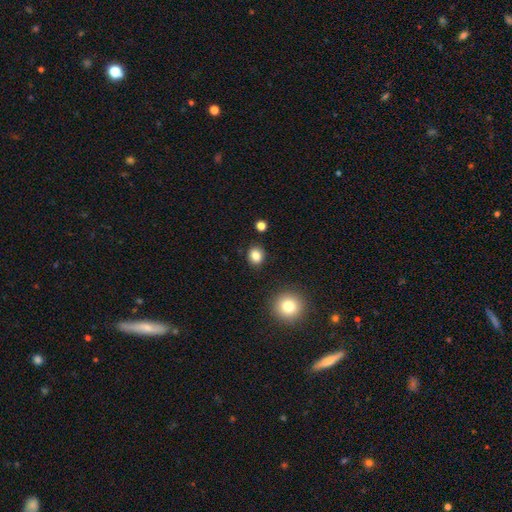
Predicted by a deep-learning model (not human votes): Smooth or featured?
  - smooth: 84% *
  - star or artifact: 11%
  - featured or disk: 5%
How rounded?
  - round: 71% *
  - in between: 28%
  - cigar-shaped: 1%
Merging?
  - none: 89% *
  - minor disturbance: 7%
  - major disturbance: 2%
  - merger: 2%